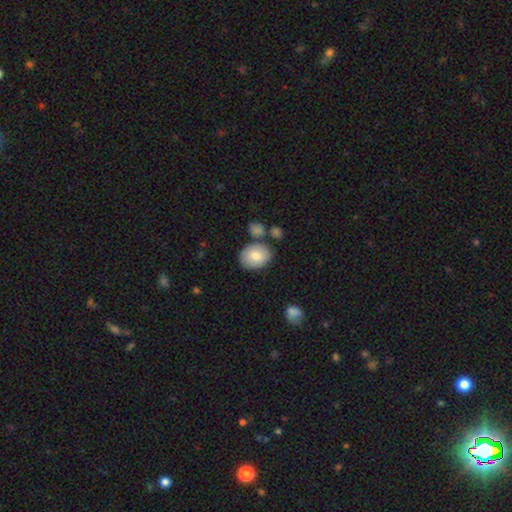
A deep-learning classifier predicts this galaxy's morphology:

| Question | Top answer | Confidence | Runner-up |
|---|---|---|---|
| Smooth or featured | smooth | 79% | featured or disk (14%) |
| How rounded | in between | 63% | round (36%) |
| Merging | none | 72% | minor disturbance (14%) |